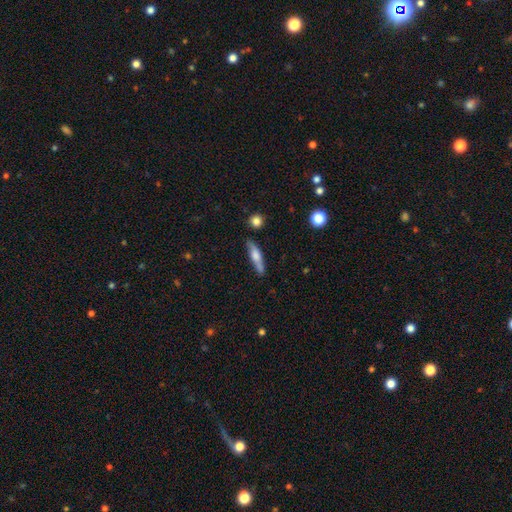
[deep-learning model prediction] Q: Smooth or featured?
A: smooth (54%); runner-up: featured or disk (40%)
Q: How rounded?
A: cigar-shaped (76%); runner-up: in between (22%)
Q: Merging?
A: none (76%); runner-up: minor disturbance (16%)